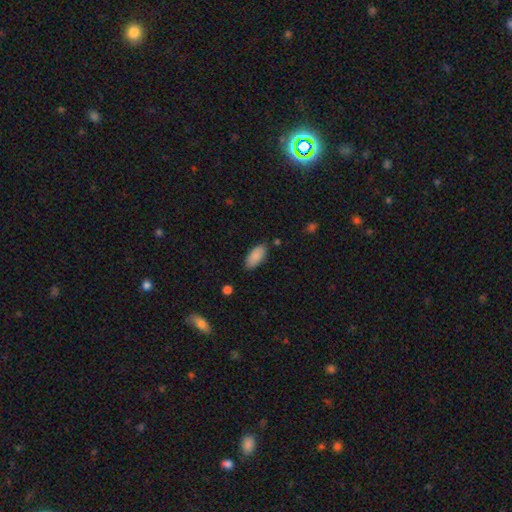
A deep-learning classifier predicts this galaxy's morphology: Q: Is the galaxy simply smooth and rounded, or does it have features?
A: smooth — 88%.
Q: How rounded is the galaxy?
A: in between — 91%.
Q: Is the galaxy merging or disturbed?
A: none — 81%.